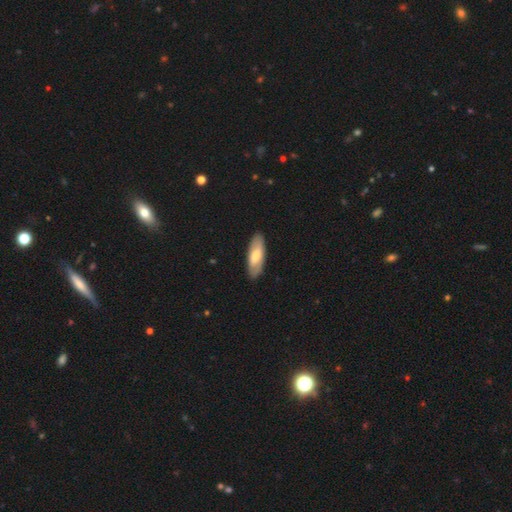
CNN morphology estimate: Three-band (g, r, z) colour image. It shows a smooth galaxy with no disk features (65%) that is in between round and cigar-shaped (69%). Merging: none (87%).